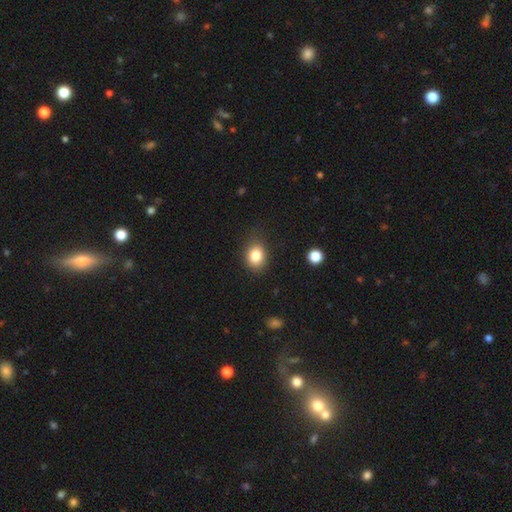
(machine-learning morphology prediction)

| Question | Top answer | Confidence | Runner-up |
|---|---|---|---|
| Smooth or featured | smooth | 82% | star or artifact (10%) |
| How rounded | in between | 54% | round (45%) |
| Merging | none | 78% | minor disturbance (16%) |